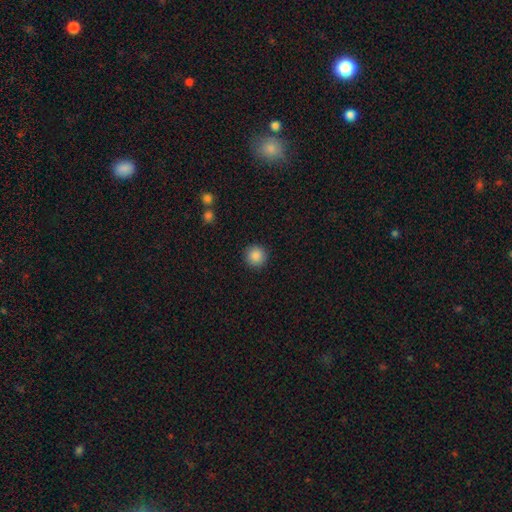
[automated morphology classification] A smooth galaxy with no disk features (87%) that is round (95%). Merging: none (92%).